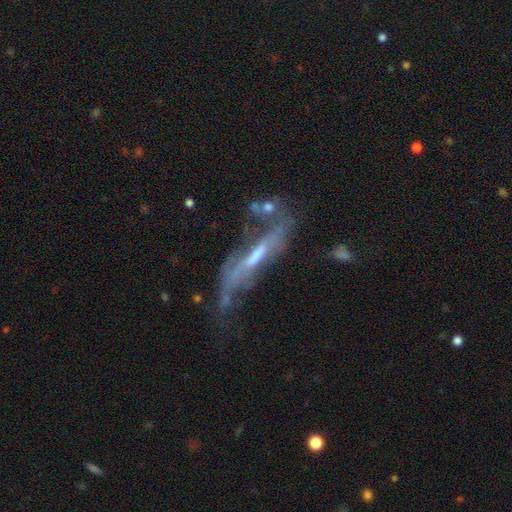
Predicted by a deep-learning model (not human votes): Q: Smooth or featured?
A: featured or disk (72%); runner-up: smooth (19%)
Q: Edge-on disk?
A: no (54%); runner-up: yes (46%)
Q: Merging?
A: none (36%); runner-up: major disturbance (29%)